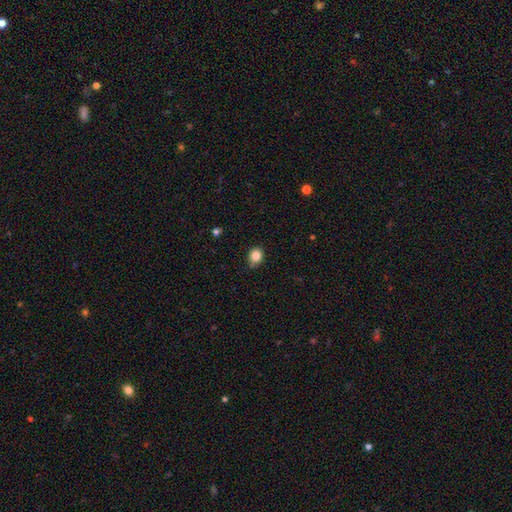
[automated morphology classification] A smooth galaxy with no disk features (86%) that is round (58%).

Vote fractions:
- Smooth or featured? smooth: 86% / star or artifact: 10% / featured or disk: 4%
- How rounded? round: 58% / in between: 41% / cigar-shaped: 1%
- Merging? none: 79% / minor disturbance: 17% / major disturbance: 3% / merger: 2%